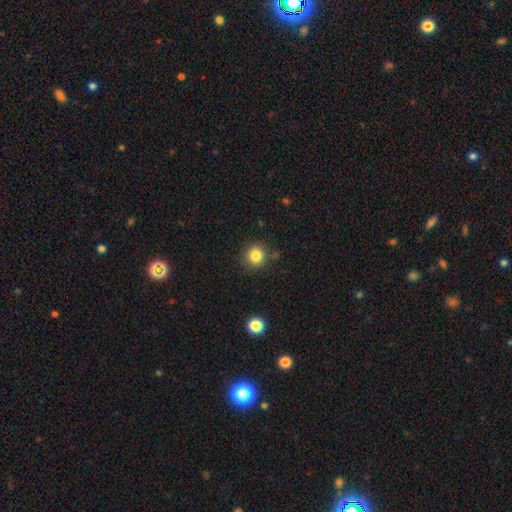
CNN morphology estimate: The model was most divided on "smooth or featured": smooth: 83%, star or artifact: 11%, featured or disk: 5%. More confident: how rounded — round (90%); merging — none (86%).